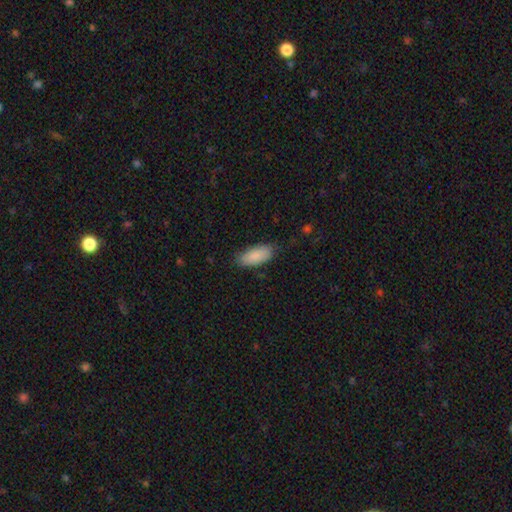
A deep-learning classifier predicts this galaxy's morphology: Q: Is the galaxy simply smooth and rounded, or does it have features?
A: smooth — 88%.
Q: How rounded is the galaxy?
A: in between — 88%.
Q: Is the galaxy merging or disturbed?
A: none — 79%.